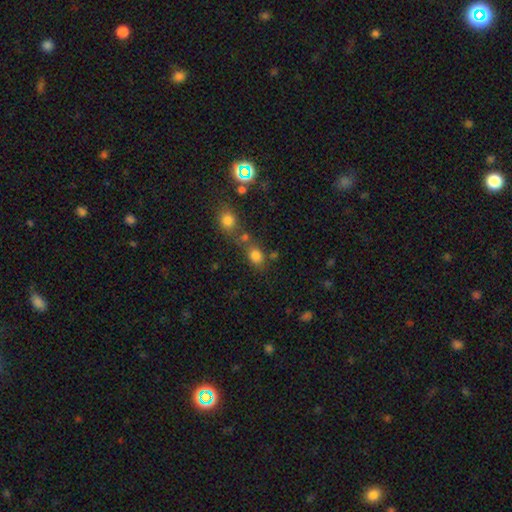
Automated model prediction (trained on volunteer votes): This appears to be a smooth galaxy with no disk features (79%) that is in between round and cigar-shaped (53%). Merging: none (52%).